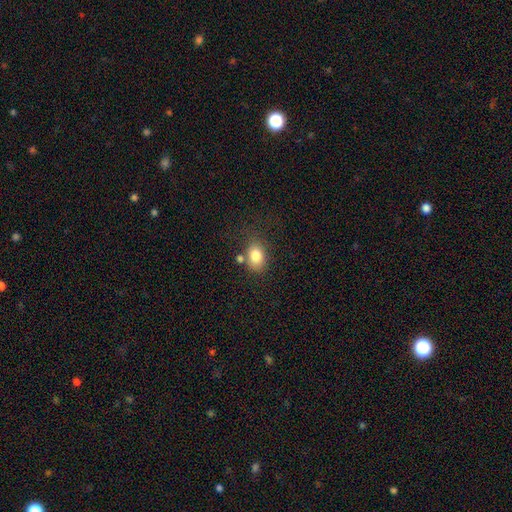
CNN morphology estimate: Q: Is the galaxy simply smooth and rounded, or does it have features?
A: smooth — 82%.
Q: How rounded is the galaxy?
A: in between — 71%.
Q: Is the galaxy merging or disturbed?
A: none — 65%.